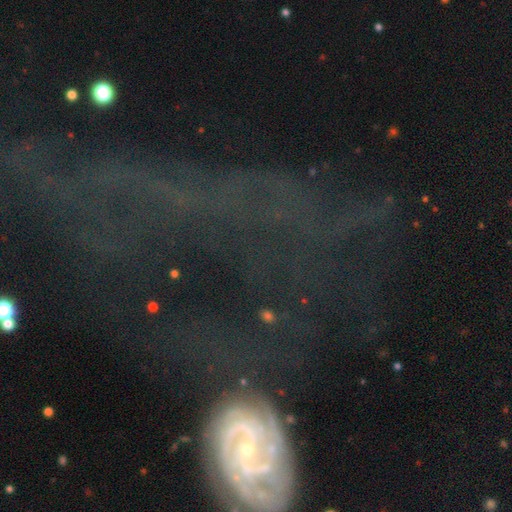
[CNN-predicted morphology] Smooth or featured? Predicted: featured or disk (p=0.57). Edge-on disk? Predicted: no (p=0.84). Merging? Predicted: major disturbance (p=0.38).